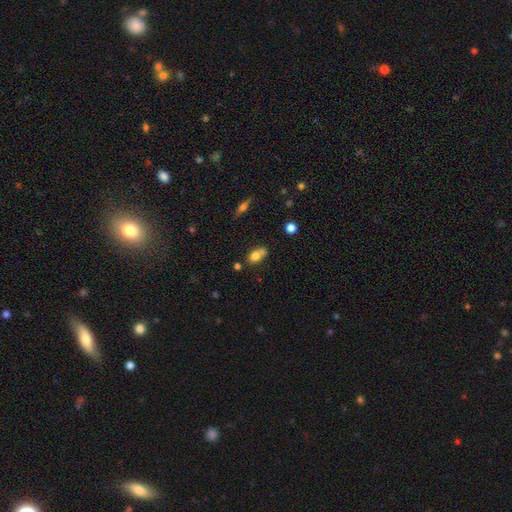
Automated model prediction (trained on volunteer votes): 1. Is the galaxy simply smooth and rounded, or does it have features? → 75% smooth, 15% featured or disk, 10% star or artifact.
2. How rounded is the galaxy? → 77% in between, 19% round, 4% cigar-shaped.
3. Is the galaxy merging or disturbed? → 43% none, 25% merger, 24% minor disturbance, 8% major disturbance.